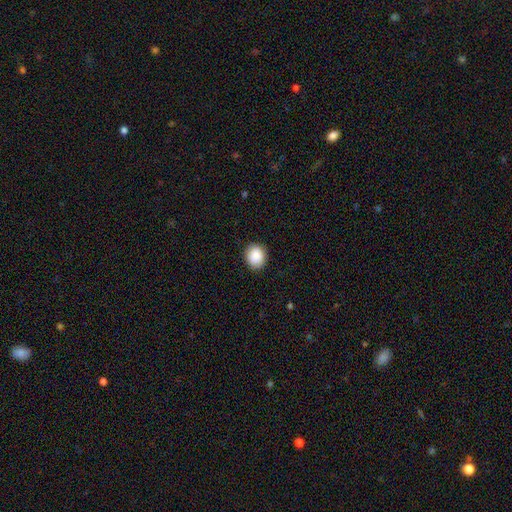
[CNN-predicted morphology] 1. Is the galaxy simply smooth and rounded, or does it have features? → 89% smooth, 7% star or artifact, 4% featured or disk.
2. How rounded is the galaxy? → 64% round, 35% in between, 1% cigar-shaped.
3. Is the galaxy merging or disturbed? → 87% none, 9% minor disturbance, 2% major disturbance, 1% merger.